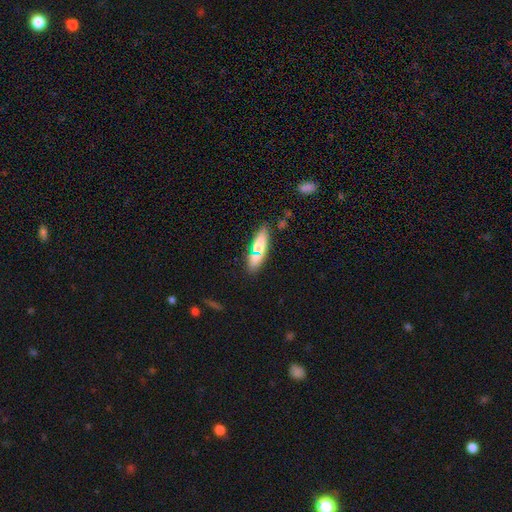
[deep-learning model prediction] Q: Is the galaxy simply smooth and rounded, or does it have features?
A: smooth — 68%.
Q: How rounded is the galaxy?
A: in between — 49%.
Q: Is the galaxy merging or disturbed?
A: none — 81%.